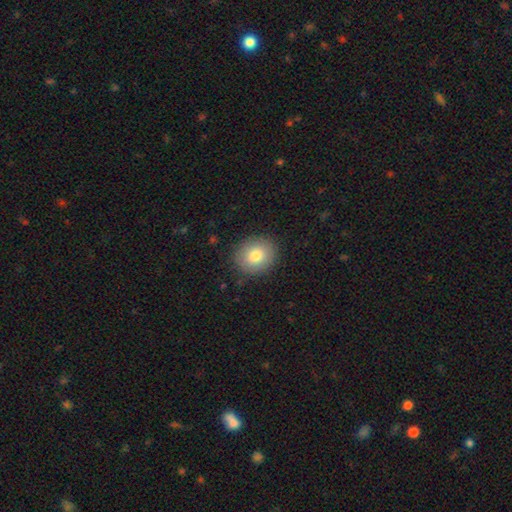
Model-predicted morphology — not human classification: Overall: smooth (81%). How rounded: round (76%). Merging: none (88%).